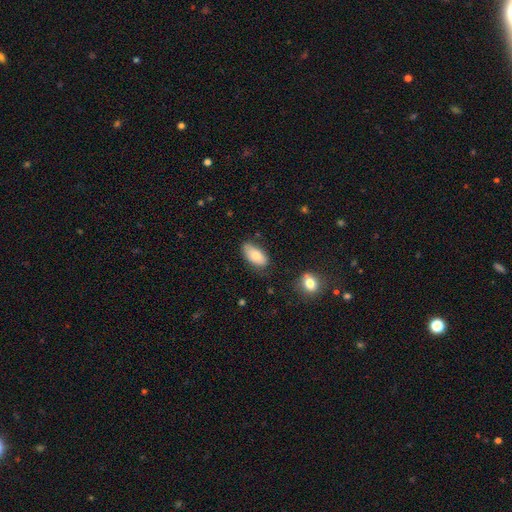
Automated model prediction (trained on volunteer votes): Smooth or featured? smooth (78%)
How rounded? in between (93%)
Merging? none (71%)